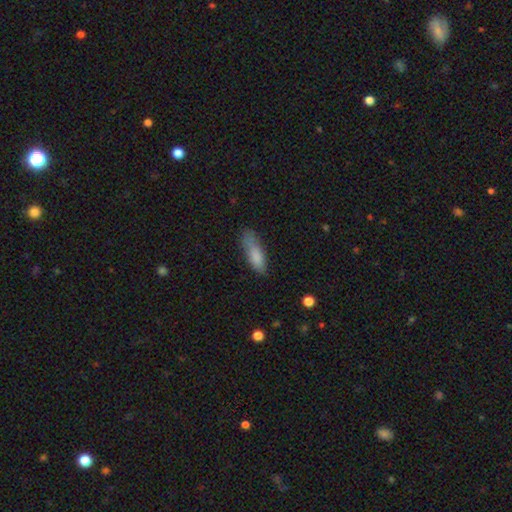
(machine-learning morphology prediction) smooth 82%, featured or disk 10%, star or artifact 7%. Down the decision tree: how rounded — in between (50%); merging — none (60%).